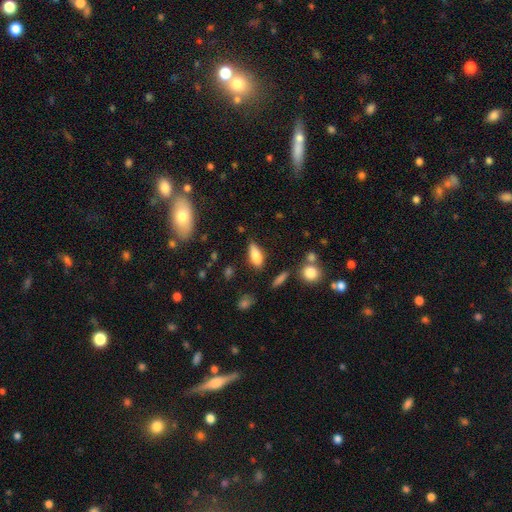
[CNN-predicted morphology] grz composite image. It shows a smooth galaxy with no disk features (82%) that is in between round and cigar-shaped (75%). Merging: none (72%).